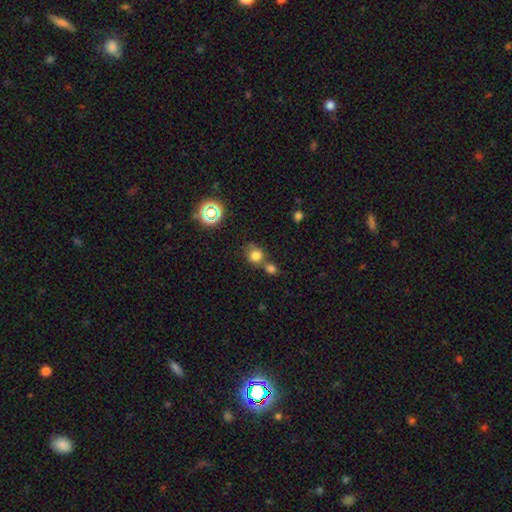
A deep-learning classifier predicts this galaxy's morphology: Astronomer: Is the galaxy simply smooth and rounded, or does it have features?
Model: smooth — 77%.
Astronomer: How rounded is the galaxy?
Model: round — 81%.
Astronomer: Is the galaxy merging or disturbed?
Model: none — 50% (runner-up: merger, 35%).